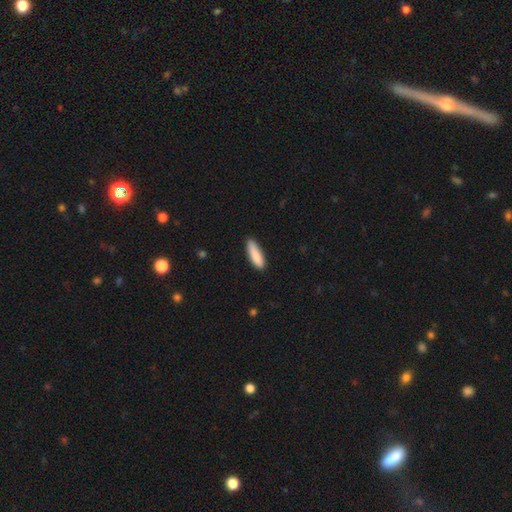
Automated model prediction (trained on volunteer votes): smooth 86%, featured or disk 8%, star or artifact 6%. Down the decision tree: how rounded — cigar-shaped (58%); merging — none (84%).